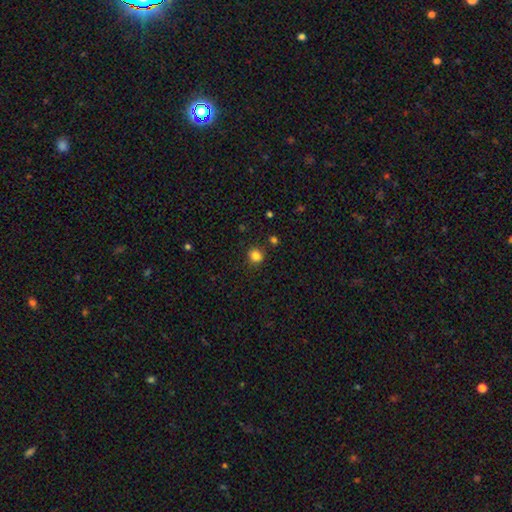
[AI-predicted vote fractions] Q: Smooth or featured?
A: smooth (83%); runner-up: star or artifact (13%)
Q: How rounded?
A: round (87%); runner-up: in between (13%)
Q: Merging?
A: none (86%); runner-up: minor disturbance (9%)